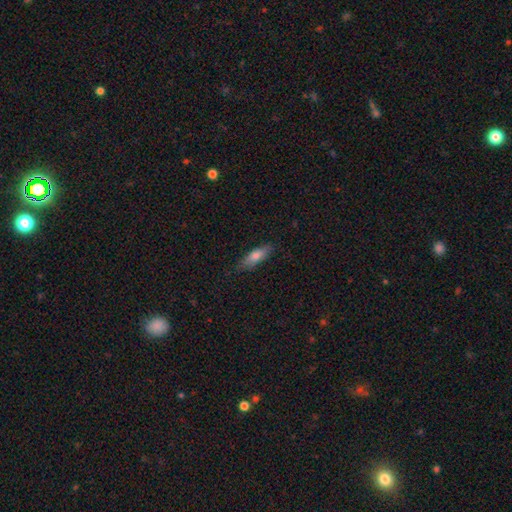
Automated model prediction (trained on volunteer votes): A smooth galaxy with no disk features (73%) that is in between round and cigar-shaped (49%, tied with cigar-shaped).

Vote fractions:
- Smooth or featured? smooth: 73% / featured or disk: 21% / star or artifact: 6%
- How rounded? in between: 49% (tied) / cigar-shaped: 49% (tied) / round: 2%
- Merging? none: 82% / minor disturbance: 14% / major disturbance: 2% / merger: 1%